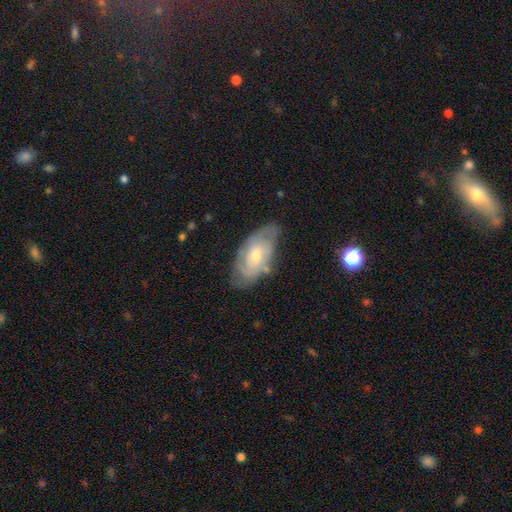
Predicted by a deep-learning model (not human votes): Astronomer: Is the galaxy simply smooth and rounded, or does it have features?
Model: featured or disk — 70%.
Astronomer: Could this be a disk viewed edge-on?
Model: no — 93%.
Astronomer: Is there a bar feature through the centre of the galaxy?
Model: no — 67%.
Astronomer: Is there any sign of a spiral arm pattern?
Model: yes — 85%.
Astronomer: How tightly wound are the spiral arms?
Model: tight — 60%.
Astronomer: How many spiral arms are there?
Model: can't tell — 41% (runner-up: 2, 39%).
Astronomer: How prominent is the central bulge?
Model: small — 48% (runner-up: moderate, 46%).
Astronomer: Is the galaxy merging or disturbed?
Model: none — 66%.